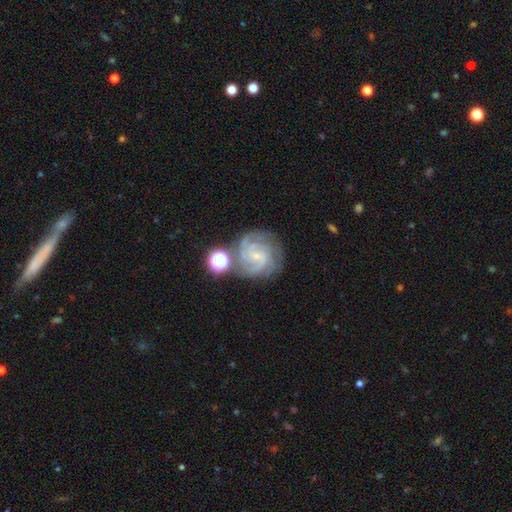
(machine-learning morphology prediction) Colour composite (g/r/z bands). It shows a featured or disk galaxy (83%) with no bar (52%), 3 (36%) tight (61%) spiral arms (97%) and a small central bulge (75%). Merging: none (68%).